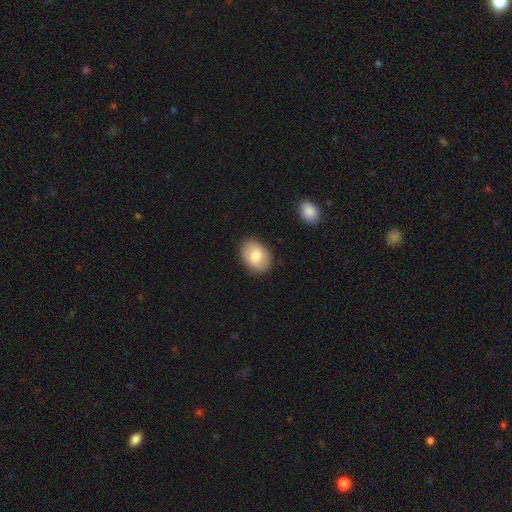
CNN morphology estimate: A smooth galaxy with no disk features (79%) that is in between round and cigar-shaped (75%).

Vote fractions:
- Smooth or featured? smooth: 79% / featured or disk: 14% / star or artifact: 7%
- How rounded? in between: 75% / round: 24% / cigar-shaped: 1%
- Merging? none: 86% / minor disturbance: 10% / major disturbance: 2% / merger: 1%